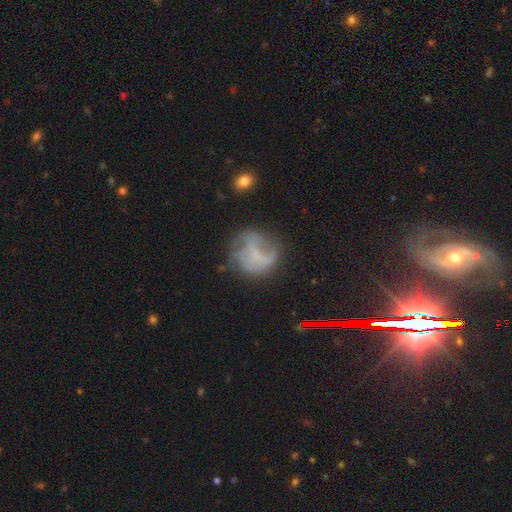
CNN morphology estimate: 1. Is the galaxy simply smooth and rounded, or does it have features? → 48% featured or disk, 37% smooth, 15% star or artifact.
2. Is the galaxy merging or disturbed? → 50% none, 24% major disturbance, 23% minor disturbance, 3% merger.